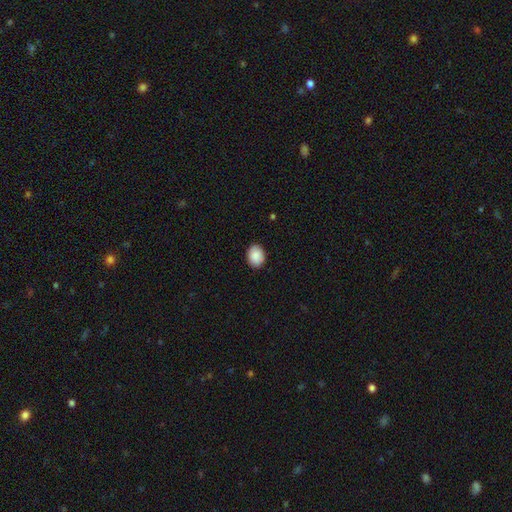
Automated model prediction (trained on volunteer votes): This is clearly a smooth galaxy (89%). How rounded: likely in between (65%). Merging: clearly none (89%).